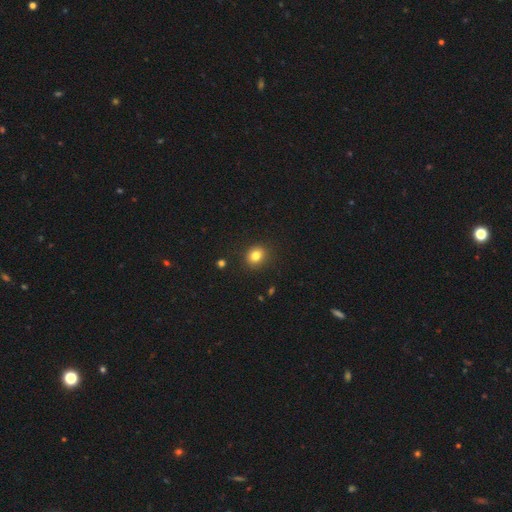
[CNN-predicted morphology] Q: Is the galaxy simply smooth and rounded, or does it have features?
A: smooth — 81%.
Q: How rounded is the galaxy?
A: round — 71%.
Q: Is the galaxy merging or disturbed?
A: none — 89%.